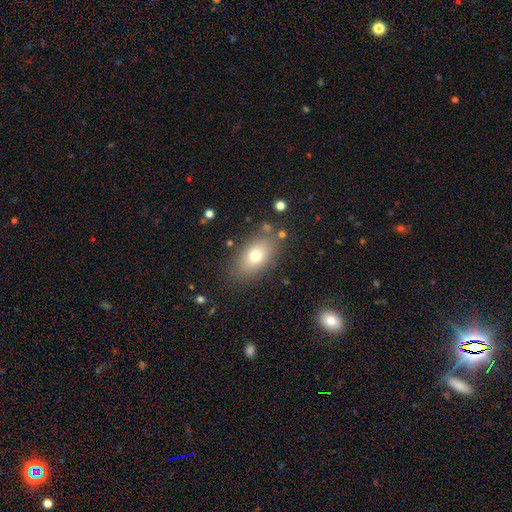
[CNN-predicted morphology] Smooth or featured? smooth (72%)
How rounded? in between (85%)
Merging? none (81%)